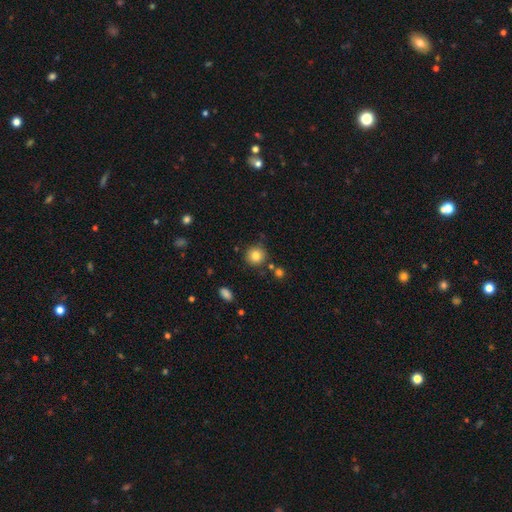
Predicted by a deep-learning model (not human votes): smooth 82%, star or artifact 11%, featured or disk 7%. Down the decision tree: how rounded — round (90%); merging — none (82%).